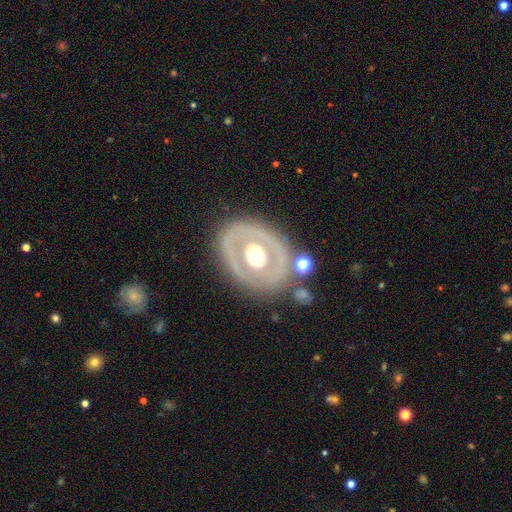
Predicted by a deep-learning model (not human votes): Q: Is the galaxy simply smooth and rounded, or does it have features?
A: featured or disk — 65%.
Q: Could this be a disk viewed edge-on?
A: no — 93%.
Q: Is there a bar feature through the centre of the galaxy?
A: no — 84%.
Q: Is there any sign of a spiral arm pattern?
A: no — 86%.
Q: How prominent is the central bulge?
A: moderate — 54%.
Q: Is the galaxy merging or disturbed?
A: none — 74%.